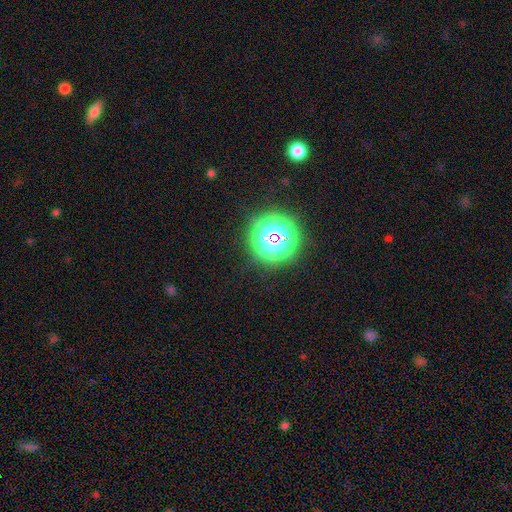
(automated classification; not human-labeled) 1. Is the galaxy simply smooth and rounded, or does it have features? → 80% star or artifact, 14% smooth, 6% featured or disk.